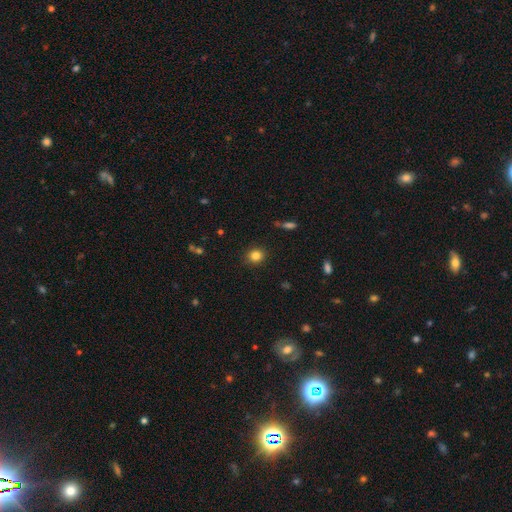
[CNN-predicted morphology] Q: Smooth or featured?
A: smooth (83%); runner-up: star or artifact (12%)
Q: How rounded?
A: round (79%); runner-up: in between (20%)
Q: Merging?
A: none (89%); runner-up: minor disturbance (8%)